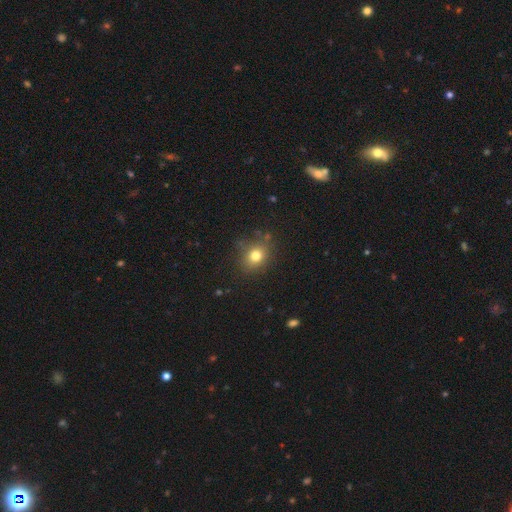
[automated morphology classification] This appears to be a smooth galaxy with no disk features (77%) that is round (67%). Merging: none (79%).